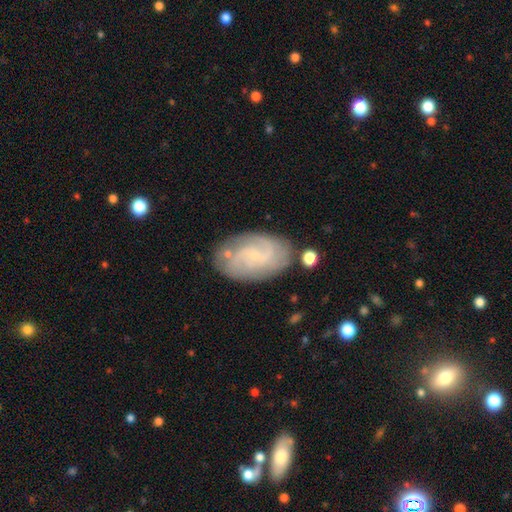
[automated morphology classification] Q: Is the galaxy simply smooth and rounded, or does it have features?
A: featured or disk — 76%.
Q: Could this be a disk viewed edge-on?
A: no — 96%.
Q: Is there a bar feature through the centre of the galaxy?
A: no — 66%.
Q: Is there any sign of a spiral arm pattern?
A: yes — 91%.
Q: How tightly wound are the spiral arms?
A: tight — 51%.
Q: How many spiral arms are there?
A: can't tell — 33%, tied with 2.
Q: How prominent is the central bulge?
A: small — 84%.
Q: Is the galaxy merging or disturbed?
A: none — 76%.